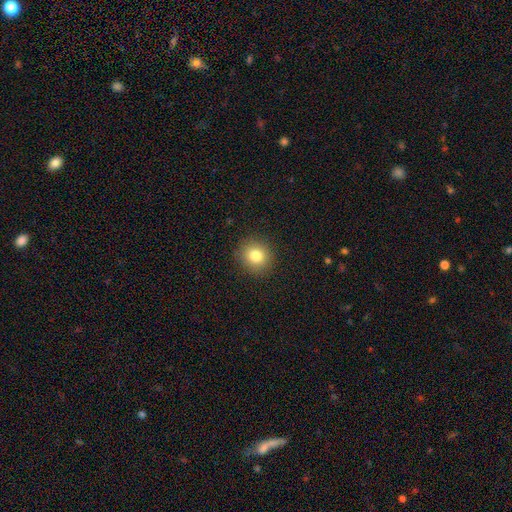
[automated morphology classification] smooth_or_featured: smooth (p=0.81) [alt: star or artifact p=0.11]
how_rounded: round (p=0.84) [alt: in between p=0.15]
merging: none (p=0.90) [alt: minor disturbance p=0.07]